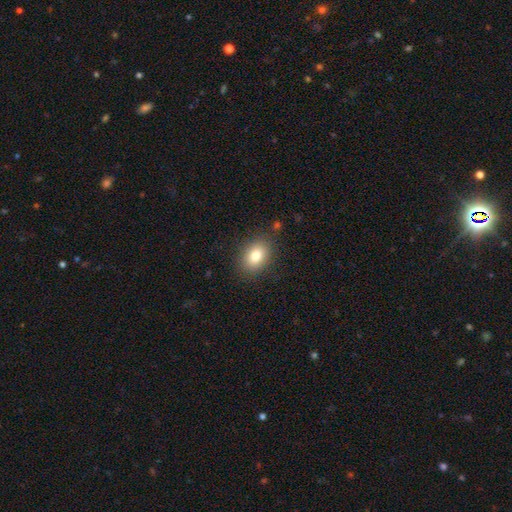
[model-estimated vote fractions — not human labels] A smooth galaxy with no disk features (81%) that is in between round and cigar-shaped (70%).

Vote fractions:
- Smooth or featured? smooth: 81% / featured or disk: 10% / star or artifact: 10%
- How rounded? in between: 70% / round: 29% / cigar-shaped: 1%
- Merging? none: 85% / minor disturbance: 10% / major disturbance: 3% / merger: 2%